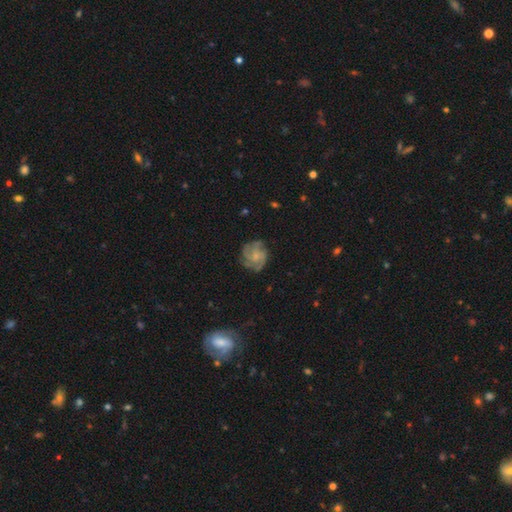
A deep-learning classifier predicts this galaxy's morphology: A featured or disk galaxy (70%) with no bar (75%), 3 (34%) tight (46%) spiral arms (92%) and a small central bulge (58%). Merging: none (73%).